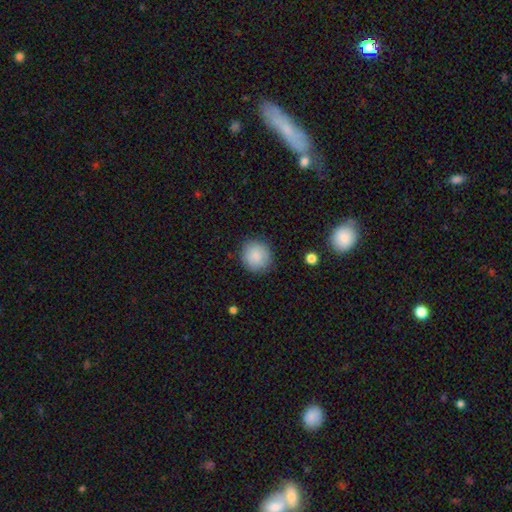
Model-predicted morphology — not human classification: The model was most divided on "merging": none: 88%, minor disturbance: 9%, major disturbance: 3%, merger: 1%. More confident: how rounded — round (91%); smooth or featured — smooth (87%).